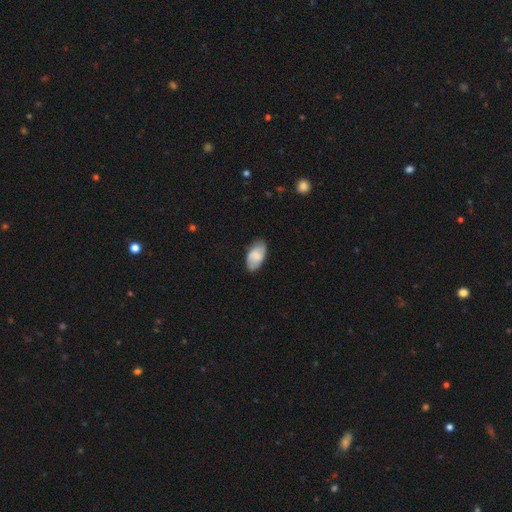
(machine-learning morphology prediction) This appears to be a smooth galaxy with no disk features (66%) that is in between round and cigar-shaped (94%). Merging: none (79%).